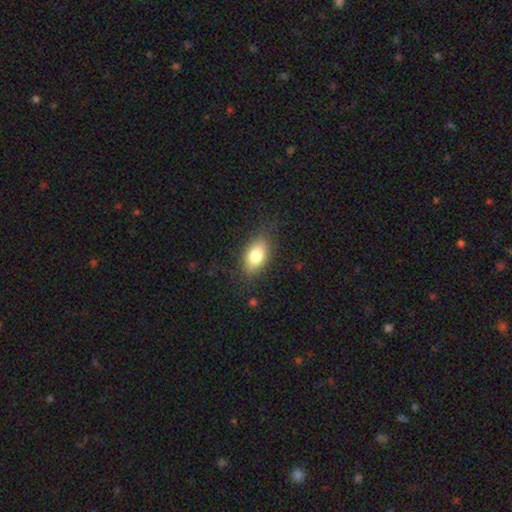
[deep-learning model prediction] This is likely a smooth galaxy (78%). How rounded: clearly in between (88%). Merging: likely none (80%).